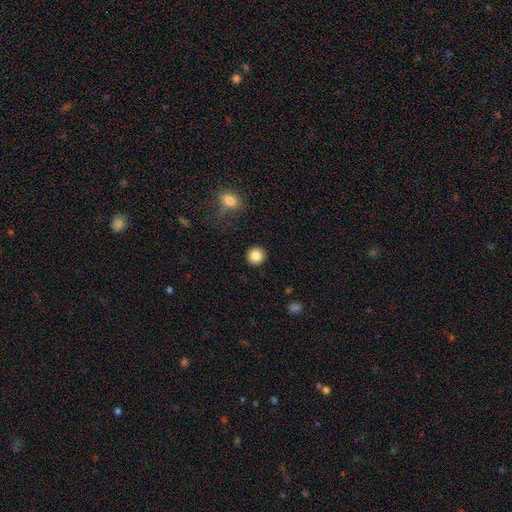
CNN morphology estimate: This appears to be a smooth galaxy with no disk features (85%) that is round (93%). Merging: none (92%).